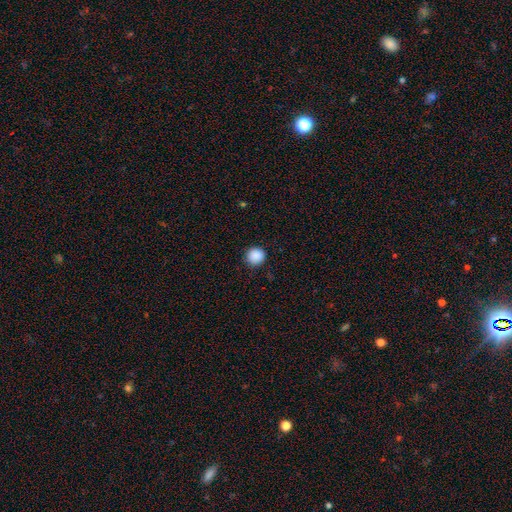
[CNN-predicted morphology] smooth 89%, star or artifact 9%, featured or disk 2%. Down the decision tree: how rounded — round (94%); merging — none (89%).